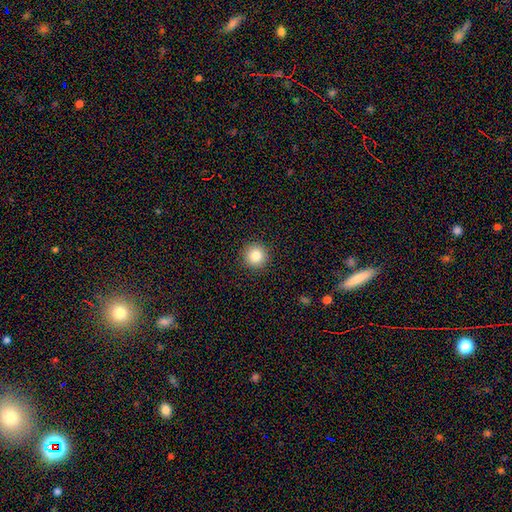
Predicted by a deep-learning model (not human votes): Overall: smooth (84%). How rounded: round (95%). Merging: none (92%).